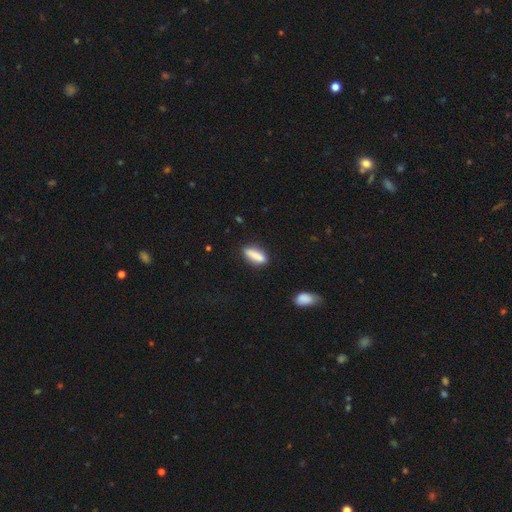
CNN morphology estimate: Overall: smooth (83%). How rounded: cigar-shaped (55%; in between 43%). Merging: none (83%).